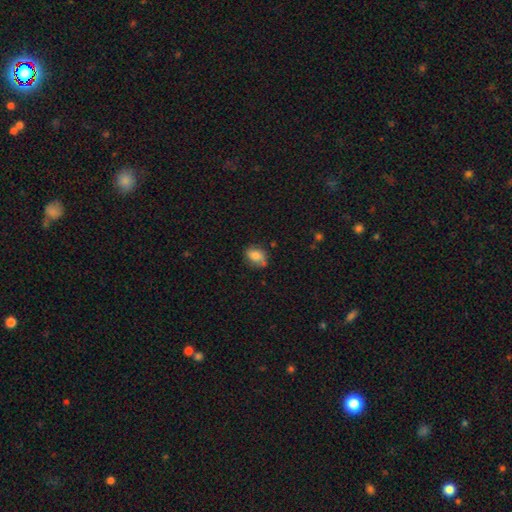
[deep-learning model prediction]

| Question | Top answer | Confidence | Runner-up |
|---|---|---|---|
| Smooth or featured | smooth | 74% | featured or disk (16%) |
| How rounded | in between | 63% | round (35%) |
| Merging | none | 66% | minor disturbance (24%) |